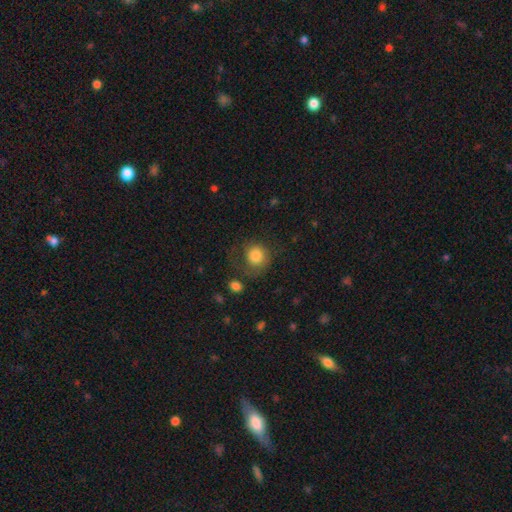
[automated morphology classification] Smooth or featured? Predicted: smooth (p=0.78). How rounded? Predicted: round (p=0.85). Merging? Predicted: none (p=0.55).